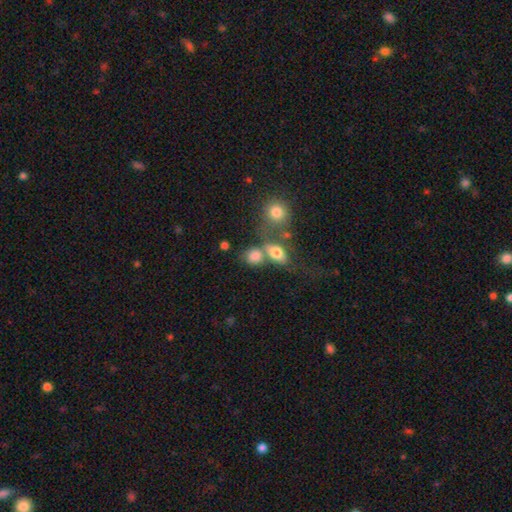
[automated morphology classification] smooth_or_featured: smooth (p=0.77) [alt: star or artifact p=0.11]
how_rounded: in between (p=0.51) [alt: round p=0.46]
merging: none (p=0.41) [alt: merger p=0.40]